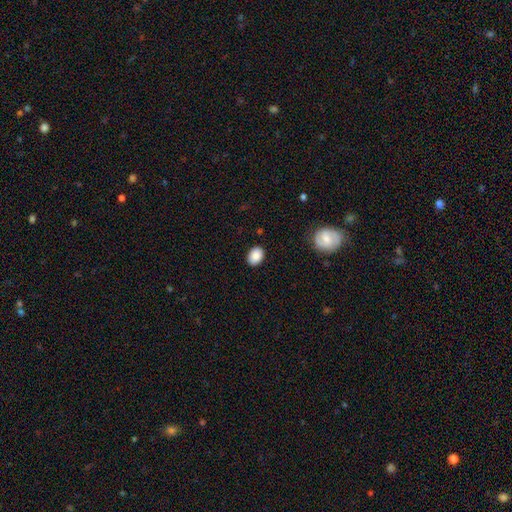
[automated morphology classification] Smooth or featured?
  - smooth: 88% *
  - star or artifact: 8%
  - featured or disk: 4%
How rounded?
  - in between: 66% *
  - round: 33%
  - cigar-shaped: 1%
Merging?
  - none: 88% *
  - minor disturbance: 9%
  - major disturbance: 2%
  - merger: 1%